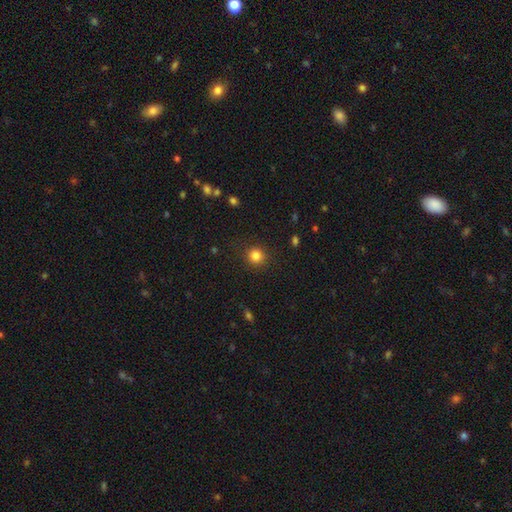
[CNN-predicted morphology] Overall: smooth (83%). How rounded: round (92%). Merging: none (90%).